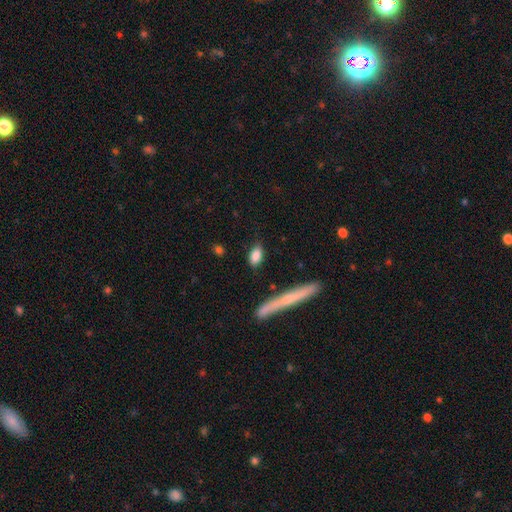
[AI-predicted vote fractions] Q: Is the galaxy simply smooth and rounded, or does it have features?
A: smooth — 83%.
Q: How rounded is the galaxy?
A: in between — 82%.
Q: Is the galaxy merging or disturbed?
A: none — 82%.